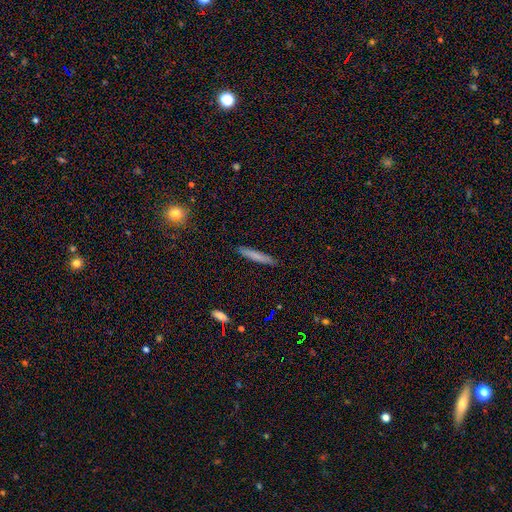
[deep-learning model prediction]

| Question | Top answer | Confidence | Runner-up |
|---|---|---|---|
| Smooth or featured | smooth | 75% | featured or disk (18%) |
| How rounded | cigar-shaped | 94% | in between (4%) |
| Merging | none | 89% | minor disturbance (8%) |